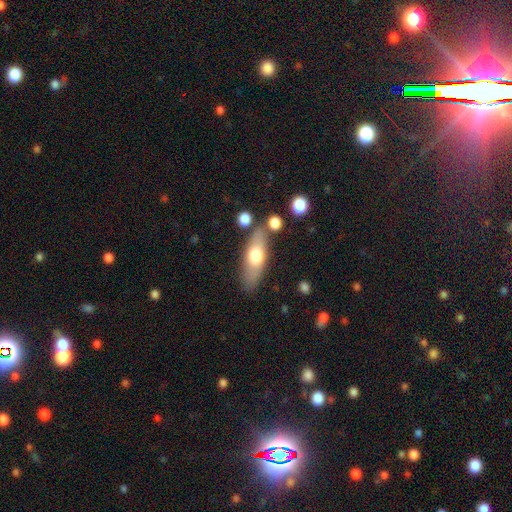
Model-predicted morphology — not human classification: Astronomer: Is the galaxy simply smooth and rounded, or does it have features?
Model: smooth — 60%.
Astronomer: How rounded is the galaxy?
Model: in between — 54% (runner-up: cigar-shaped, 42%).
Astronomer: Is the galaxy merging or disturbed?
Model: none — 76%.